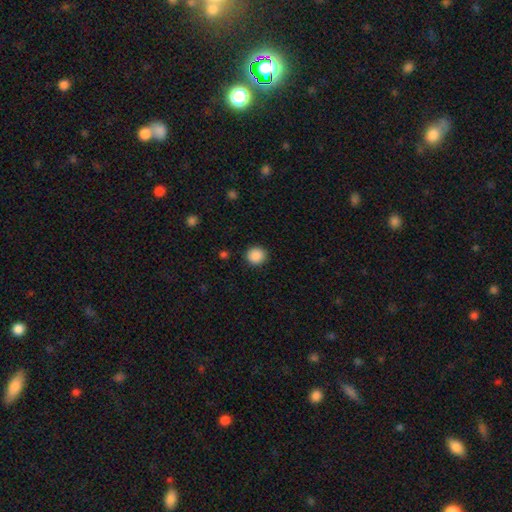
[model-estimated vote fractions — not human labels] Overall: smooth (89%). How rounded: round (91%). Merging: none (91%).